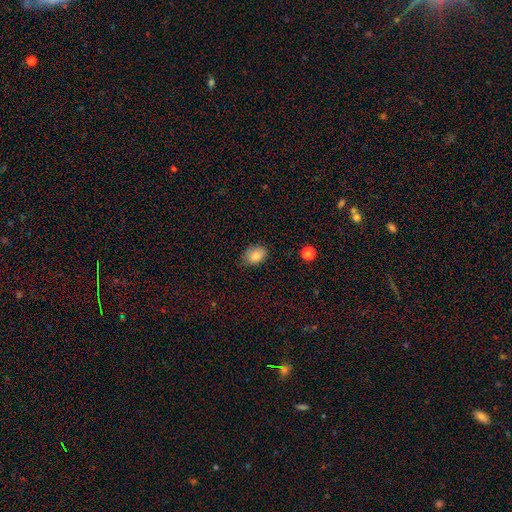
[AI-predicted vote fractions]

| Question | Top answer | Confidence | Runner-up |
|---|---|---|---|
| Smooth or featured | smooth | 86% | star or artifact (8%) |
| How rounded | in between | 83% | round (16%) |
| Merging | none | 78% | minor disturbance (18%) |